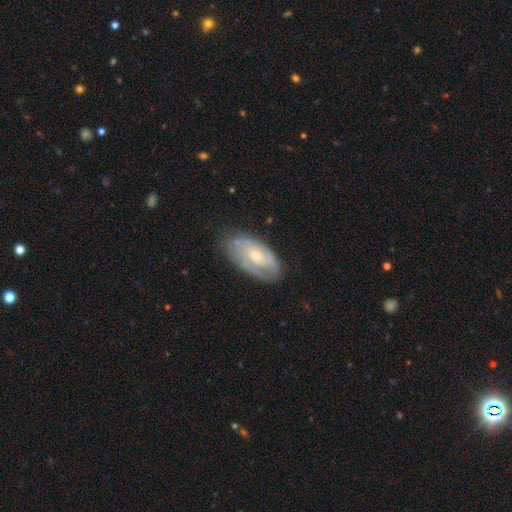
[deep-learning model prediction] Smooth or featured? featured or disk (62%)
Edge-on disk? no (93%)
Bar? no (68%)
Spiral arms? yes (73%)
Bulge size? moderate (47%)
Merging? none (67%)